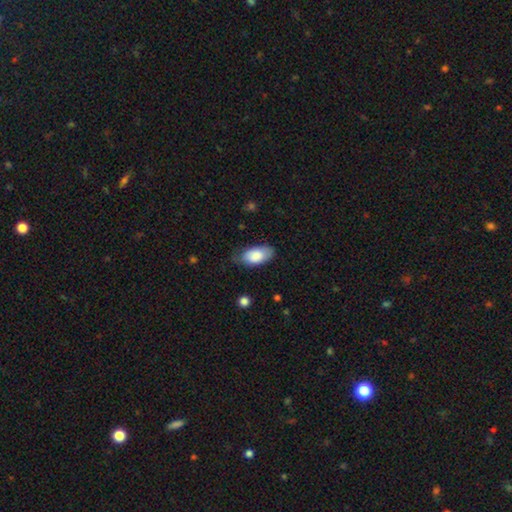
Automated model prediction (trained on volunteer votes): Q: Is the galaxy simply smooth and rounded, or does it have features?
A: smooth — 84%.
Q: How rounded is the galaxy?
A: in between — 94%.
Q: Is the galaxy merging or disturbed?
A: none — 67%.